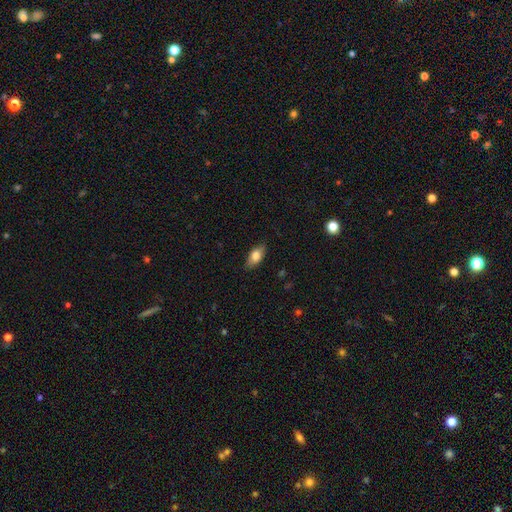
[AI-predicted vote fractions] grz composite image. It shows a smooth galaxy with no disk features (77%) that is in between round and cigar-shaped (86%). Merging: none (82%).